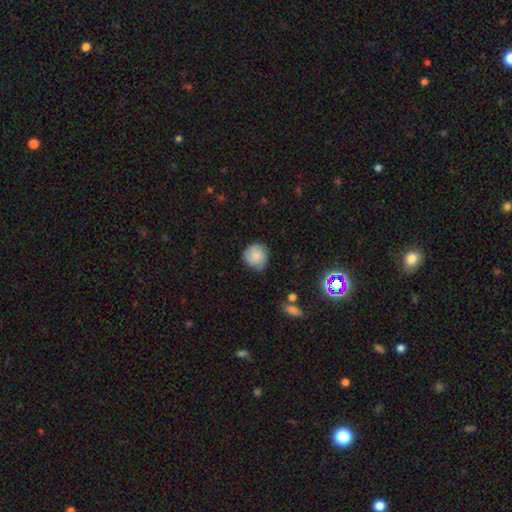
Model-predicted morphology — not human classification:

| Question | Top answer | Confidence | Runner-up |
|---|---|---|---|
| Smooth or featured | smooth | 79% | featured or disk (13%) |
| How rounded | round | 89% | in between (10%) |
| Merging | none | 70% | minor disturbance (24%) |